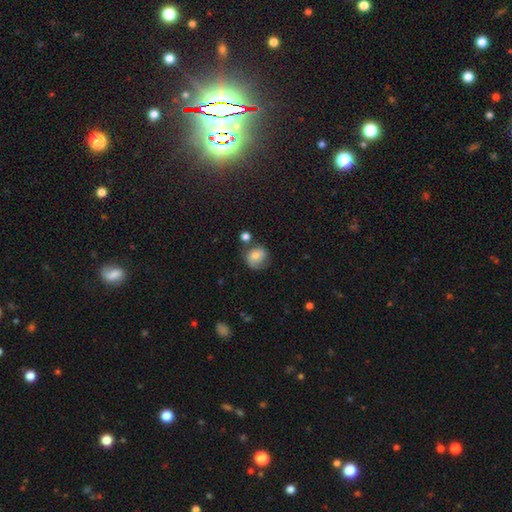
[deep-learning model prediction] Overall: smooth (64%; featured or disk 26%). How rounded: round (78%). Merging: none (54%; minor disturbance 25%).